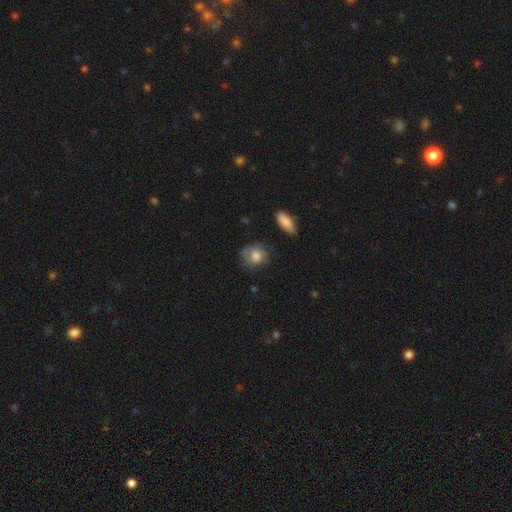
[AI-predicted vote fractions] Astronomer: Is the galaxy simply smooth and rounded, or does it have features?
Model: smooth — 67%.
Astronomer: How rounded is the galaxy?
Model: round — 66%.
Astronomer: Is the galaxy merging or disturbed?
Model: none — 63%.